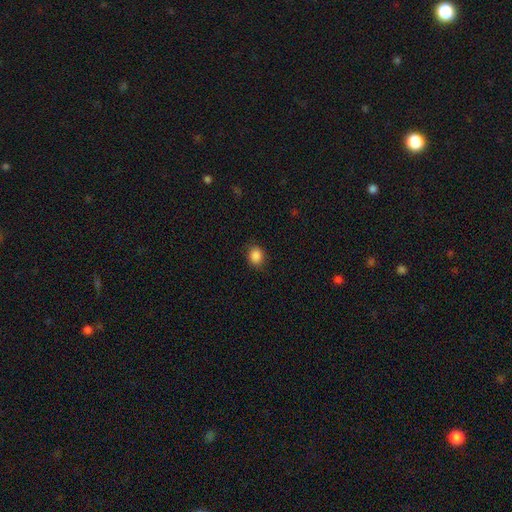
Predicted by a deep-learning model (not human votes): Smooth or featured? smooth (87%)
How rounded? round (63%)
Merging? none (83%)